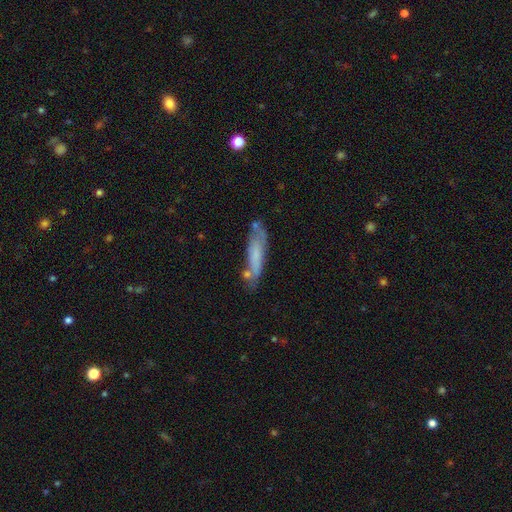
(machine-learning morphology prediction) A smooth galaxy with no disk features (61%) that is cigar-shaped (78%).

Vote fractions:
- Smooth or featured? smooth: 61% / featured or disk: 31% / star or artifact: 7%
- How rounded? cigar-shaped: 78% / in between: 20% / round: 1%
- Merging? none: 60% / minor disturbance: 23% / merger: 10% / major disturbance: 7%